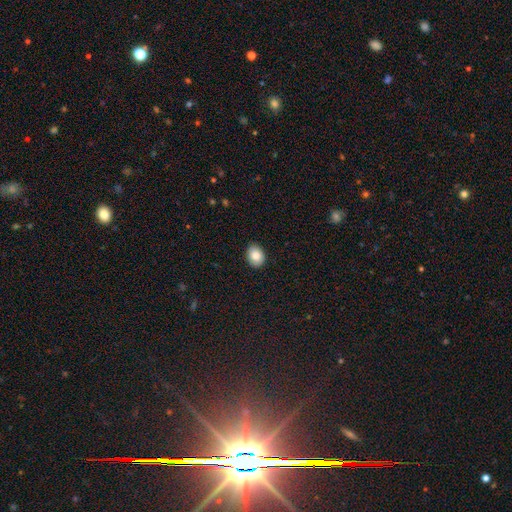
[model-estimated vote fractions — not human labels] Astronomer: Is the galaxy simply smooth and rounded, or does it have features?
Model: smooth — 85%.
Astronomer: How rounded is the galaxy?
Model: in between — 63%.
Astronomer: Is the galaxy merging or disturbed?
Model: none — 87%.